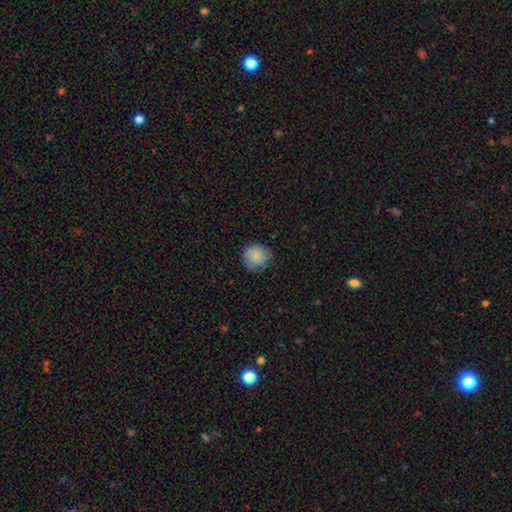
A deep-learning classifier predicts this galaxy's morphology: Q: Smooth or featured?
A: smooth (81%); runner-up: featured or disk (12%)
Q: How rounded?
A: round (89%); runner-up: in between (10%)
Q: Merging?
A: none (75%); runner-up: minor disturbance (20%)